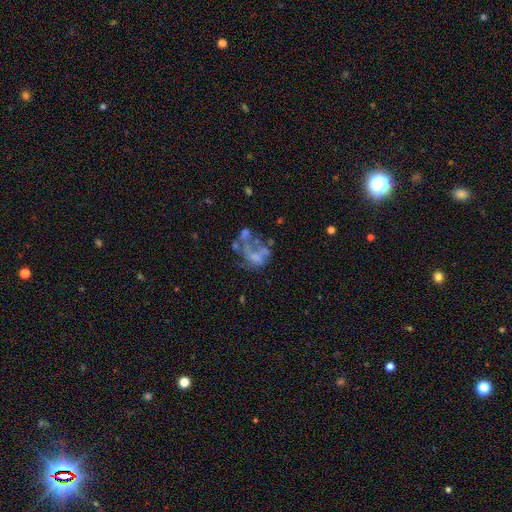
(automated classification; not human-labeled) smooth-or-featured: featured or disk: 59% | smooth: 26% | star or artifact: 15%
  disk-edge-on: no: 98% | yes: 2%
    bar: no: 91% | weak: 7% | strong: 2%
    has-spiral-arms: no: 93% | yes: 7%
    bulge-size: none: 75% | moderate: 11% | small: 10% | large: 3% | dominant: 1%
  merging: major disturbance: 34% | none: 28% | merger: 24% | minor disturbance: 14%